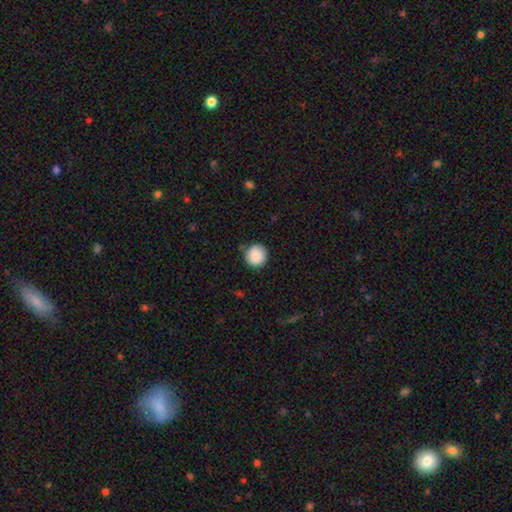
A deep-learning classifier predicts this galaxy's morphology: type=smooth (87%); roundness=round (92%); merging=none (85%).